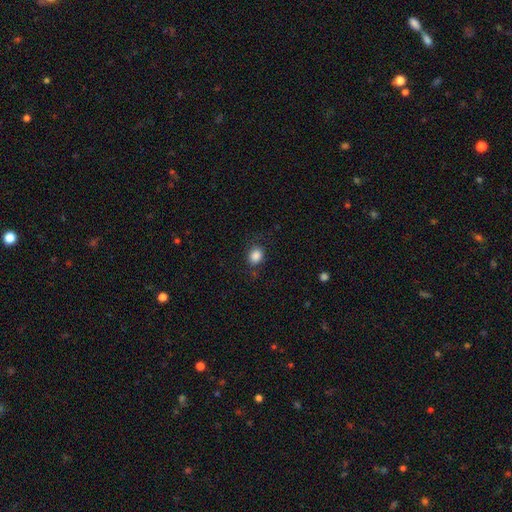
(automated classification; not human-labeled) smooth_or_featured: smooth (p=0.86) [alt: star or artifact p=0.09]
how_rounded: round (p=0.55) [alt: in between p=0.44]
merging: none (p=0.77) [alt: minor disturbance p=0.15]